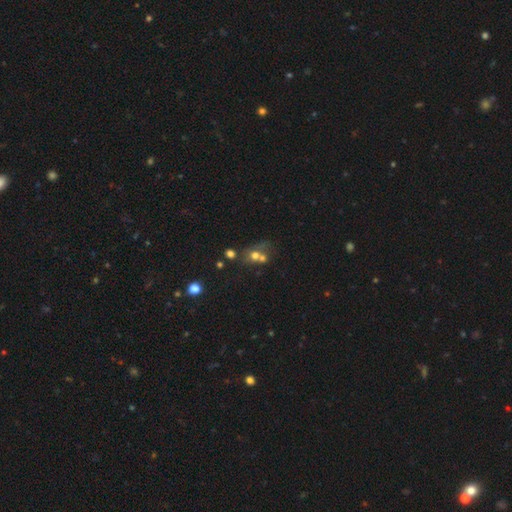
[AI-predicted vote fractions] Smooth or featured?
  - smooth: 59% *
  - featured or disk: 23%
  - star or artifact: 18%
How rounded?
  - round: 66% *
  - in between: 33%
  - cigar-shaped: 1%
Merging?
  - merger: 52% *
  - none: 30%
  - minor disturbance: 10%
  - major disturbance: 8%